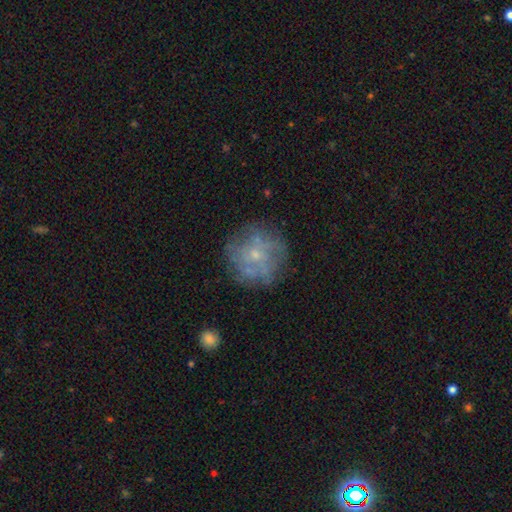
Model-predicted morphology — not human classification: Smooth or featured? Predicted: featured or disk (p=0.56). Edge-on disk? Predicted: no (p=0.97). Bar? Predicted: no (p=0.83). Spiral arms? Predicted: yes (p=0.50, tied with no). Bulge size? Predicted: small (p=0.71). Merging? Predicted: none (p=0.74).